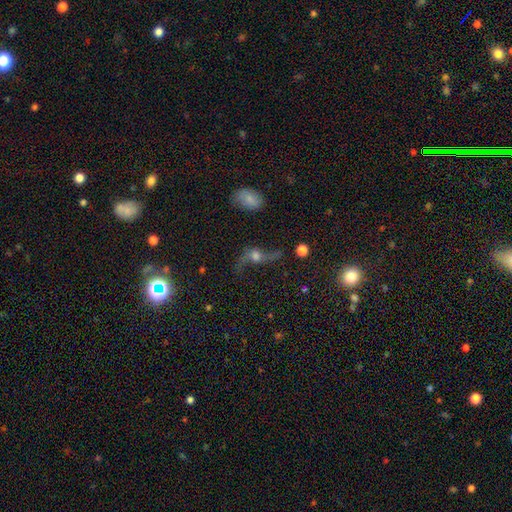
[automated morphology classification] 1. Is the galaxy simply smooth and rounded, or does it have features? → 74% featured or disk, 14% smooth, 13% star or artifact.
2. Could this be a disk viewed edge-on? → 87% no, 13% yes.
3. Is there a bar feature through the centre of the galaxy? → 67% no, 25% weak, 8% strong.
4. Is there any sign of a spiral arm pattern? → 89% yes, 11% no.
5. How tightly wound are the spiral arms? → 92% loose, 6% medium, 2% tight.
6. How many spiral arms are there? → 91% 2, 4% 1, 2% can't tell, 1% 3, 1% 4, 1% more than 4.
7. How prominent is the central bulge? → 48% moderate, 22% large, 20% small, 5% dominant, 5% none.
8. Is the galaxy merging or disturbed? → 57% none, 23% major disturbance, 16% minor disturbance, 5% merger.